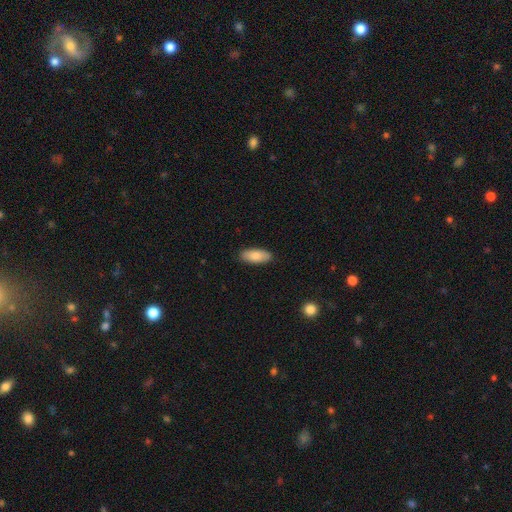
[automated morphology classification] Smooth or featured? Predicted: smooth (p=0.84). How rounded? Predicted: in between (p=0.83). Merging? Predicted: none (p=0.88).